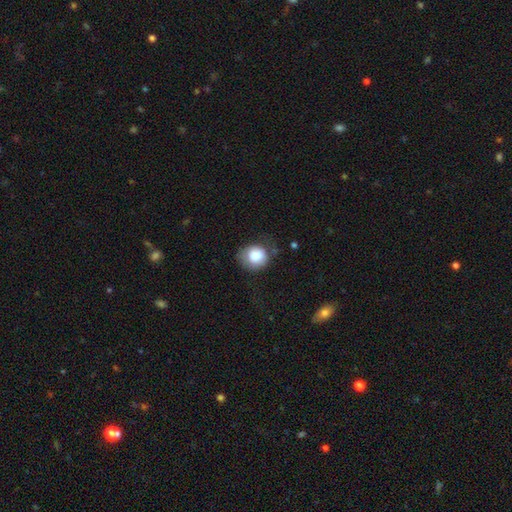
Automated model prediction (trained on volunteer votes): Smooth or featured? Predicted: smooth (p=0.85). How rounded? Predicted: round (p=0.75). Merging? Predicted: none (p=0.51).